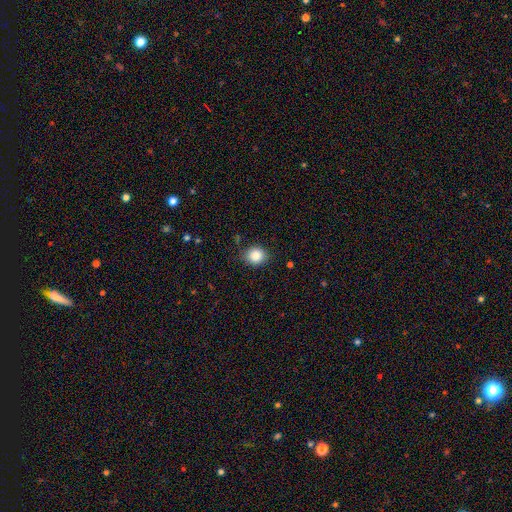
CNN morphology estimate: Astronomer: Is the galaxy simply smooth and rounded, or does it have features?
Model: smooth — 86%.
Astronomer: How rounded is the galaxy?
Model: round — 77%.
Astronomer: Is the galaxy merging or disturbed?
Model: none — 83%.